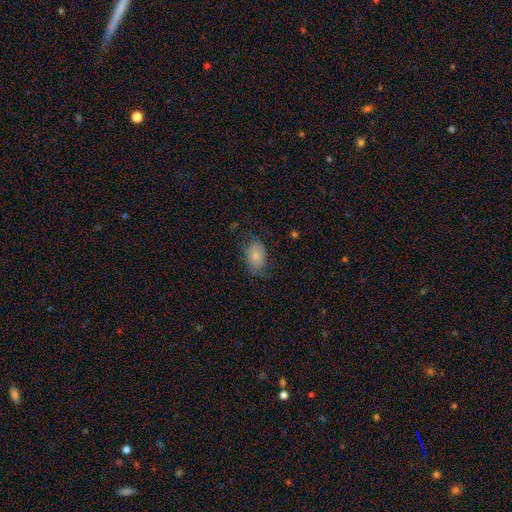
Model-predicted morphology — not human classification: This appears to be a smooth galaxy with no disk features (77%) that is in between round and cigar-shaped (87%). Merging: none (63%).